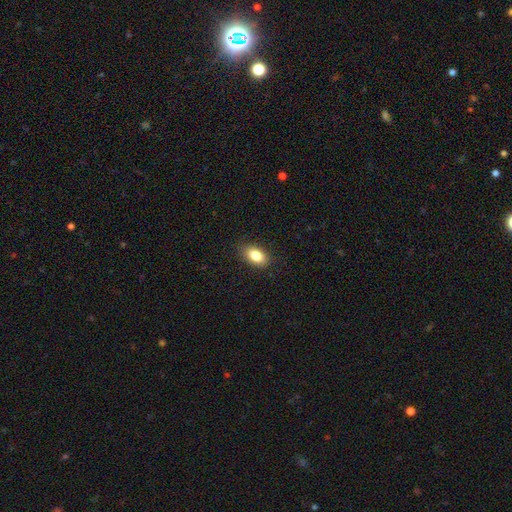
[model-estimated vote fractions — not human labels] Smooth or featured: smooth — 84% (featured or disk — 8%)
How rounded: in between — 90% (round — 7%)
Merging: none — 87% (minor disturbance — 10%)